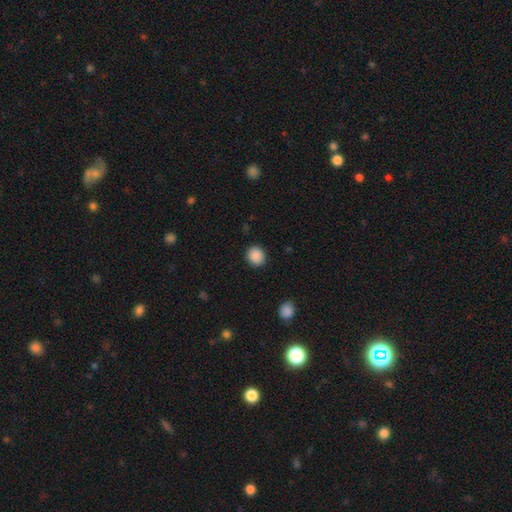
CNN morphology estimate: Smooth or featured? smooth (89%)
How rounded? round (81%)
Merging? none (90%)